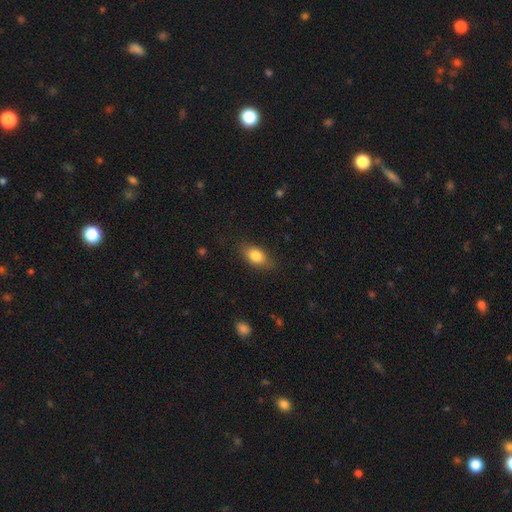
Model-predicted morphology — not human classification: smooth 81%, featured or disk 11%, star or artifact 8%. Down the decision tree: how rounded — in between (84%); merging — none (80%).